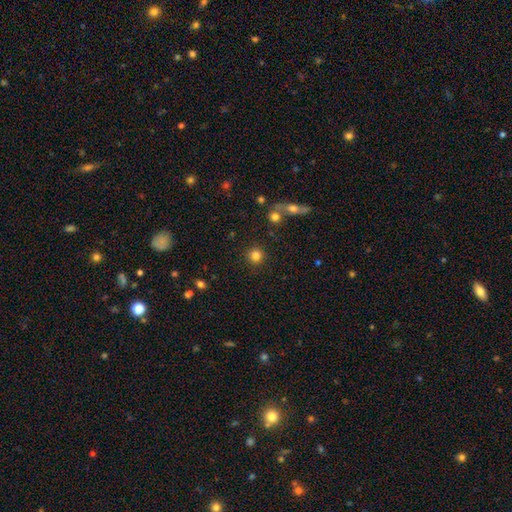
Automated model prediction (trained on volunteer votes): The model was most divided on "smooth or featured": smooth: 82%, star or artifact: 12%, featured or disk: 6%. More confident: how rounded — round (94%); merging — none (88%).